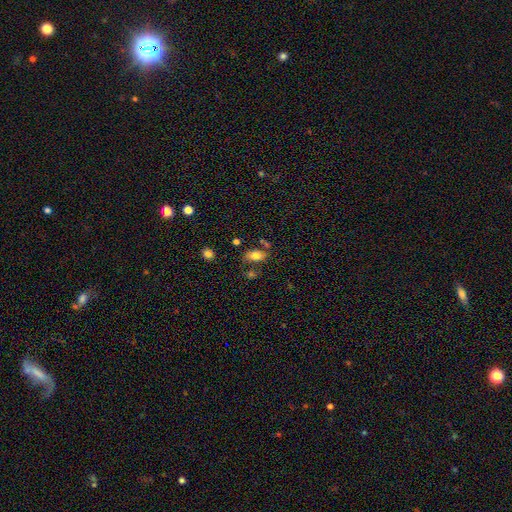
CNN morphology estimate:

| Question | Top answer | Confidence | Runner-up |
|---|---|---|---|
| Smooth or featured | smooth | 74% | featured or disk (17%) |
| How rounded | in between | 88% | round (7%) |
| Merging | none | 65% | minor disturbance (16%) |